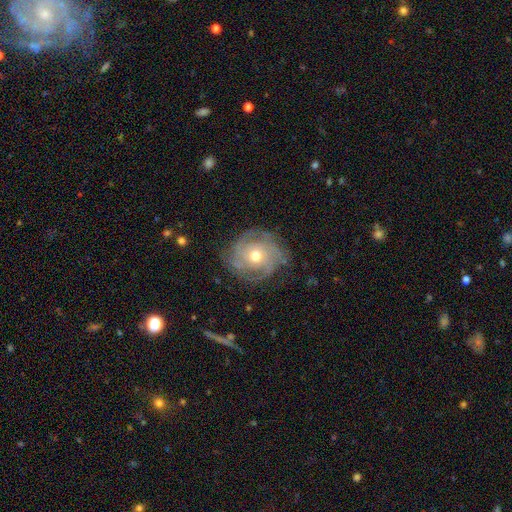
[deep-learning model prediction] Overall: featured or disk (81%). Edge-on disk: no (97%). Bar: no (81%). Spiral arms: yes (91%). Spiral arm count: can't tell (31%; 3 28%). Spiral winding: tight (63%; medium 29%). Bulge size: moderate (71%). Merging: none (74%).